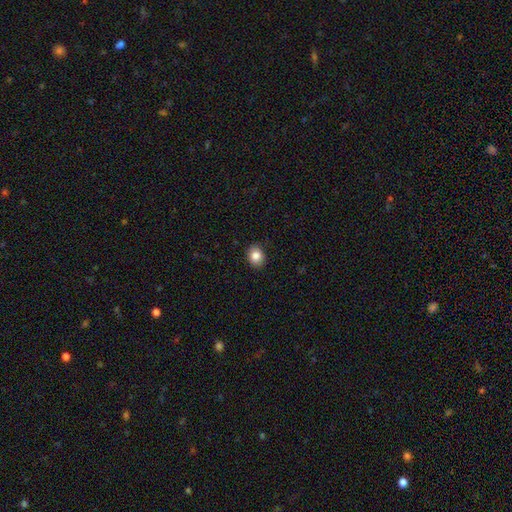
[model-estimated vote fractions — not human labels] Overall: smooth (84%). How rounded: round (50%; in between 49%). Merging: none (89%).